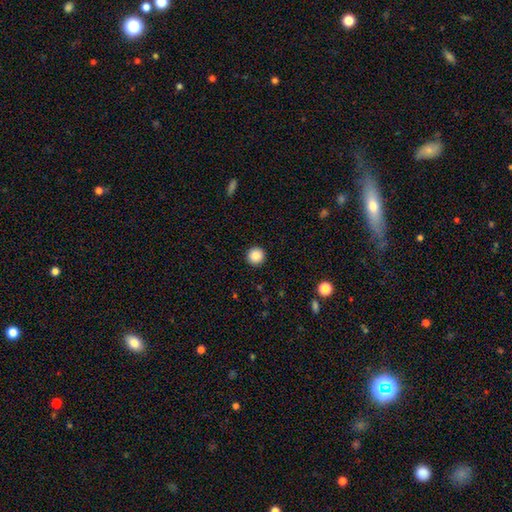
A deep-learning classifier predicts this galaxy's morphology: smooth-or-featured: smooth: 88% | star or artifact: 9% | featured or disk: 3%
  how-rounded: round: 96% | in between: 3% | cigar-shaped: 1%
  merging: none: 93% | minor disturbance: 4% | major disturbance: 2% | merger: 1%